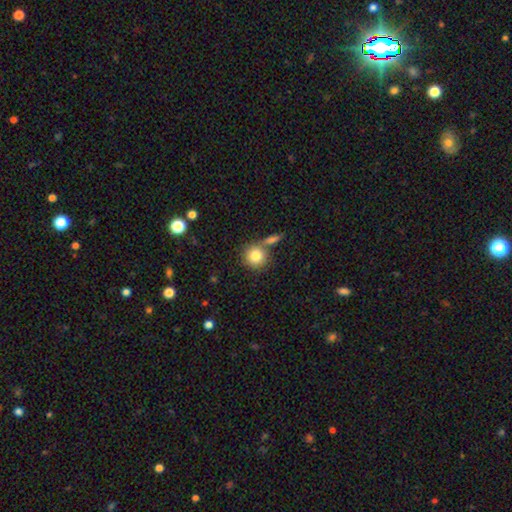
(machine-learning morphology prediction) This appears to be a smooth galaxy with no disk features (81%) that is round (91%). Merging: none (63%).